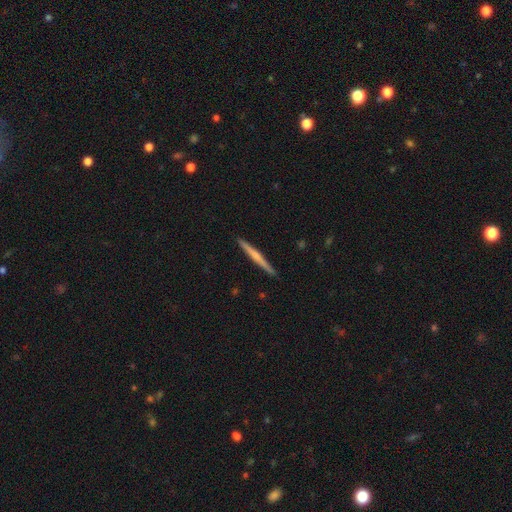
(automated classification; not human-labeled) Smooth or featured?
  - featured or disk: 53% *
  - smooth: 42%
  - star or artifact: 5%
Edge-on disk?
  - yes: 98% *
  - no: 2%
Edge-on bulge?
  - none: 50% *
  - rounded: 41%
  - boxy: 9%
Merging?
  - none: 92% *
  - minor disturbance: 6%
  - major disturbance: 1%
  - merger: 1%